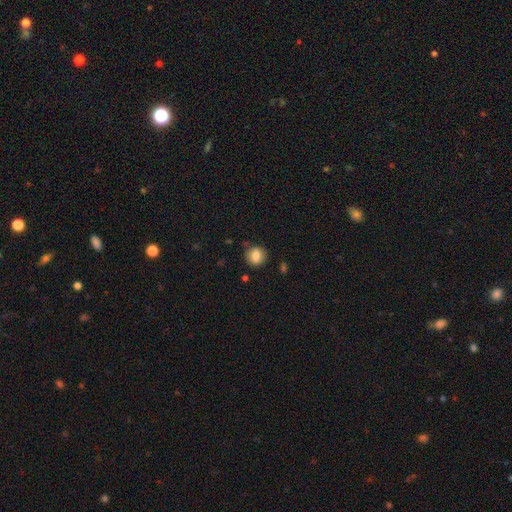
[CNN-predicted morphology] Smooth or featured? Predicted: smooth (p=0.83). How rounded? Predicted: round (p=0.83). Merging? Predicted: none (p=0.84).